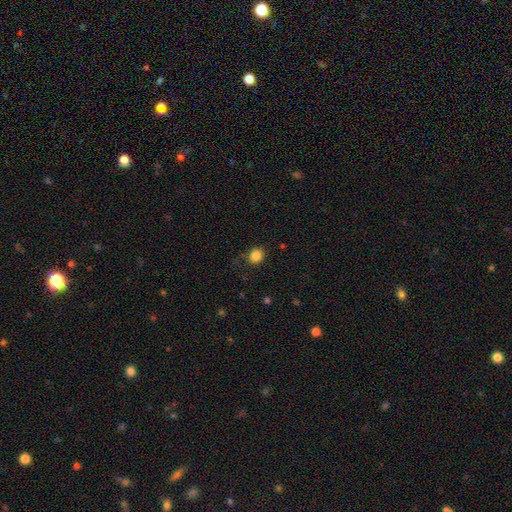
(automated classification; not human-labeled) A smooth galaxy with no disk features (84%) that is round (72%).

Vote fractions:
- Smooth or featured? smooth: 84% / star or artifact: 11% / featured or disk: 5%
- How rounded? round: 72% / in between: 27% / cigar-shaped: 1%
- Merging? none: 80% / minor disturbance: 14% / major disturbance: 4% / merger: 1%